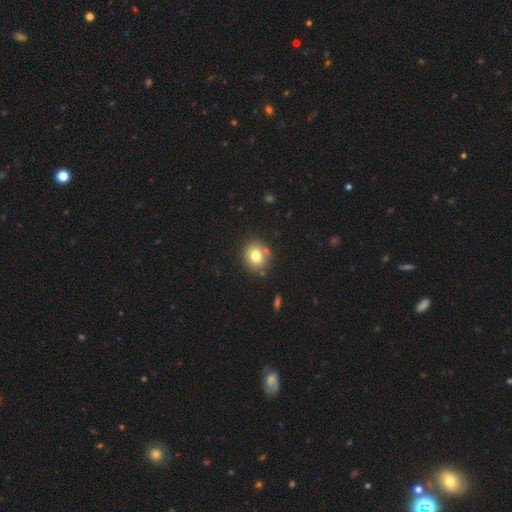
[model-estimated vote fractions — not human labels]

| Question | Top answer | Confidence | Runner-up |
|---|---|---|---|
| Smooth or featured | smooth | 77% | featured or disk (12%) |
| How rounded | round | 77% | in between (23%) |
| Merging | none | 80% | minor disturbance (11%) |